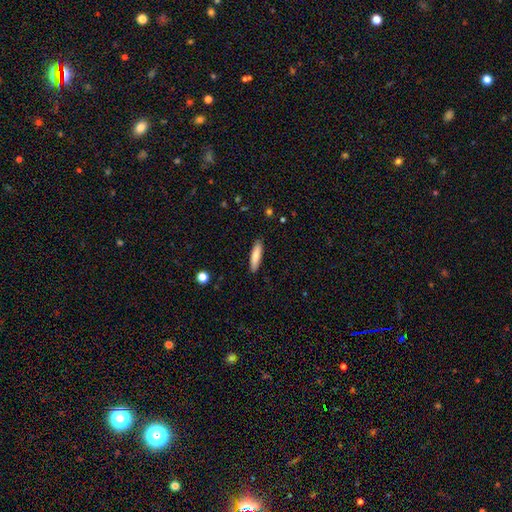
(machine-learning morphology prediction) The model was most divided on "how rounded": cigar-shaped: 78%, in between: 20%, round: 1%. More confident: merging — none (89%); smooth or featured — smooth (81%).